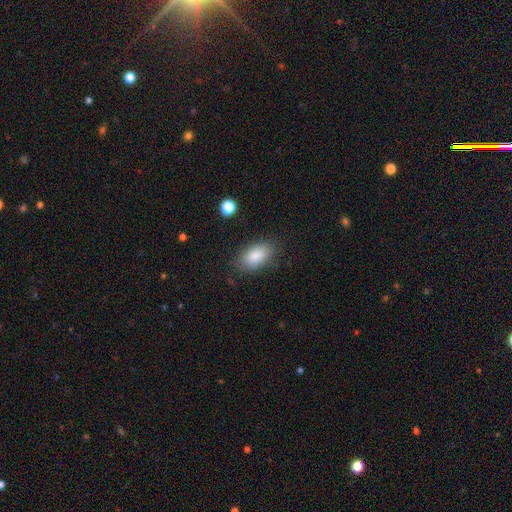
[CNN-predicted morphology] Smooth or featured: smooth — 86% (star or artifact — 7%)
How rounded: in between — 92% (round — 5%)
Merging: none — 80% (minor disturbance — 14%)